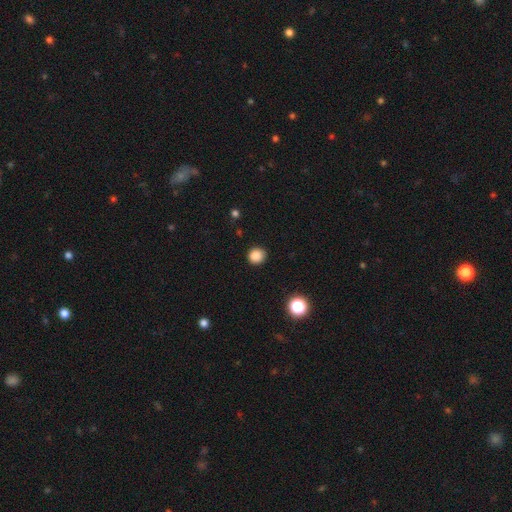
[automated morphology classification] A smooth galaxy with no disk features (86%) that is round (88%).

Vote fractions:
- Smooth or featured? smooth: 86% / star or artifact: 12% / featured or disk: 3%
- How rounded? round: 88% / in between: 11% / cigar-shaped: 1%
- Merging? none: 90% / minor disturbance: 7% / major disturbance: 2% / merger: 1%